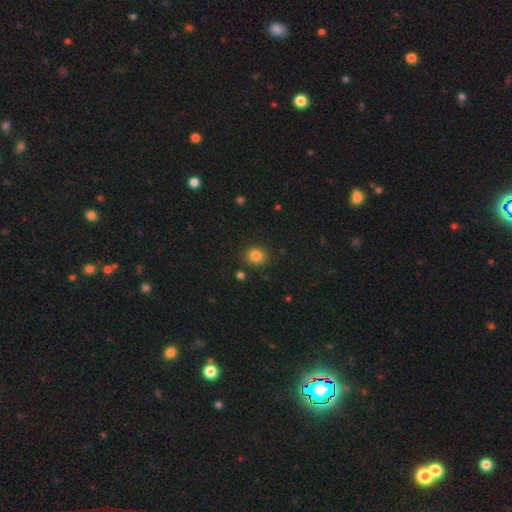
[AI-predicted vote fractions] Q: Smooth or featured?
A: smooth (84%); runner-up: star or artifact (11%)
Q: How rounded?
A: round (71%); runner-up: in between (28%)
Q: Merging?
A: none (87%); runner-up: minor disturbance (8%)